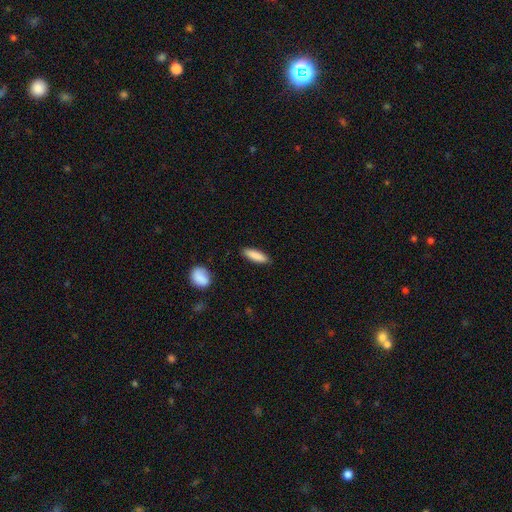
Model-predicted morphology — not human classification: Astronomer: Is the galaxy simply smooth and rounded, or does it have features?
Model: smooth — 86%.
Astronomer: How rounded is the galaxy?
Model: cigar-shaped — 58% (runner-up: in between, 40%).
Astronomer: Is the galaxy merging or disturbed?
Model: none — 87%.